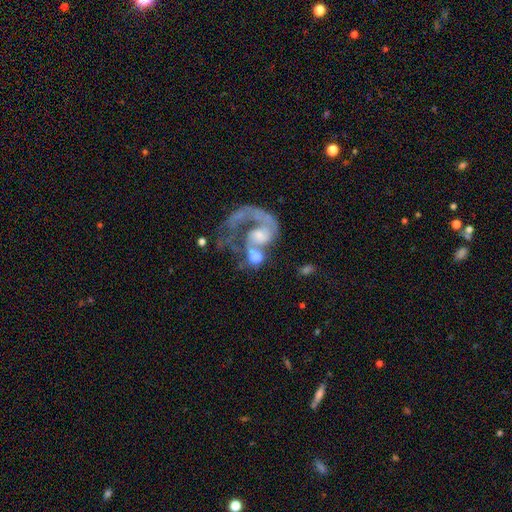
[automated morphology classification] Smooth or featured: featured or disk — 73% (smooth — 19%)
Edge-on disk: no — 98% (yes — 2%)
Bar: no — 69% (weak — 24%)
Spiral arms: yes — 77% (no — 23%)
Spiral winding: loose — 51% (medium — 32%)
Spiral arm count: 1 — 76% (2 — 13%)
Bulge size: moderate — 39% (small — 26%)
Merging: merger — 48% (major disturbance — 29%)